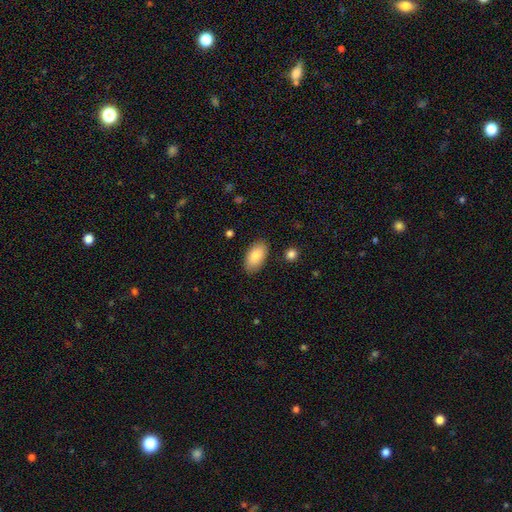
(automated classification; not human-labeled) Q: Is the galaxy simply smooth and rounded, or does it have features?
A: smooth — 86%.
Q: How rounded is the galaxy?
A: in between — 95%.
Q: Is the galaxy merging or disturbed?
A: none — 86%.